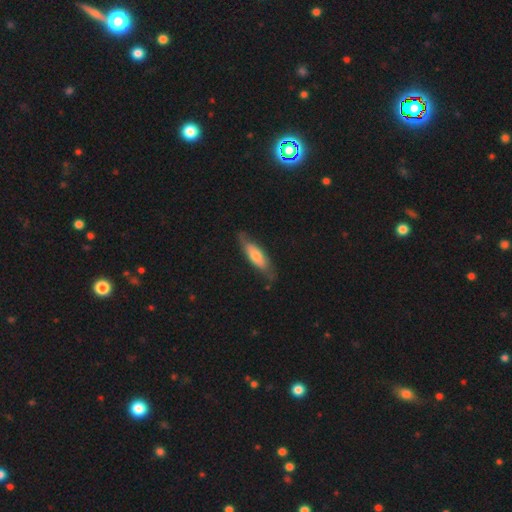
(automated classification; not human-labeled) Smooth or featured? smooth (56%)
How rounded? cigar-shaped (52%)
Merging? none (70%)